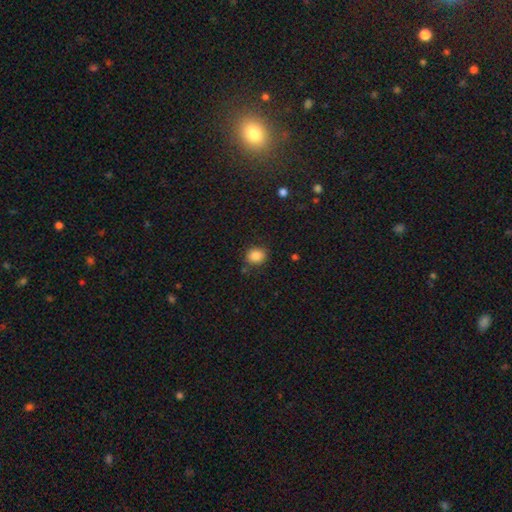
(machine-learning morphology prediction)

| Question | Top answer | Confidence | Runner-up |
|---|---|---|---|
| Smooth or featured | smooth | 85% | star or artifact (10%) |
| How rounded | round | 73% | in between (26%) |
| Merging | none | 83% | minor disturbance (11%) |